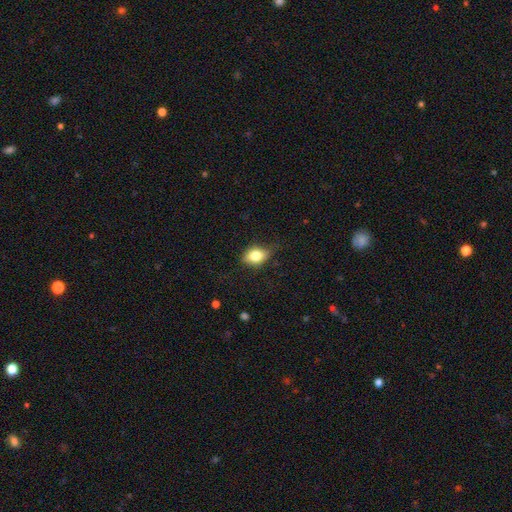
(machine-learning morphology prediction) A smooth galaxy with no disk features (75%) that is in between round and cigar-shaped (72%). Merging: none (68%).